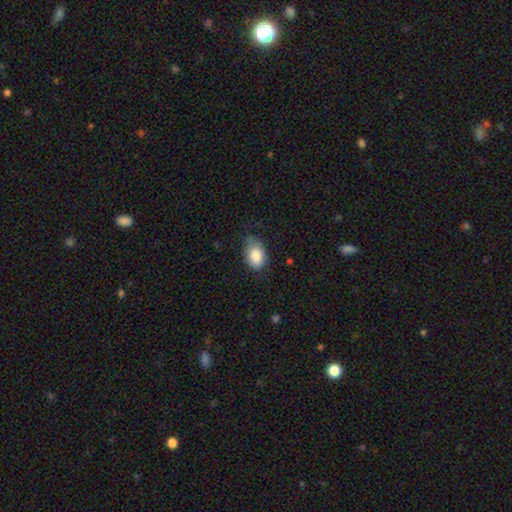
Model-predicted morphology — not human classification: This appears to be a smooth galaxy with no disk features (84%) that is in between round and cigar-shaped (88%). Merging: none (59%).